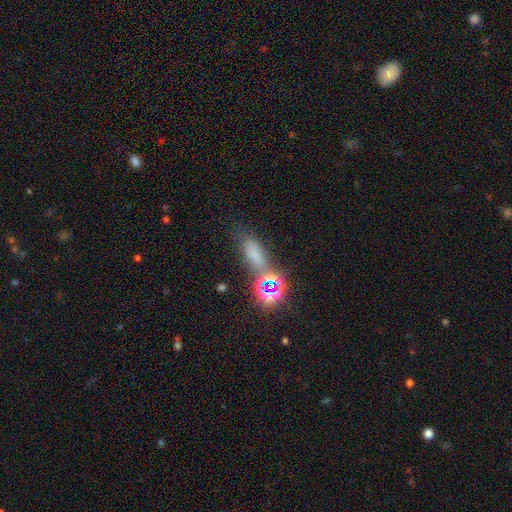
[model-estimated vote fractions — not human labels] A smooth galaxy with no disk features (50%).

Vote fractions:
- Smooth or featured? smooth: 50% / star or artifact: 39% / featured or disk: 12%
- Merging? none: 59% / minor disturbance: 16% / merger: 16% / major disturbance: 9%